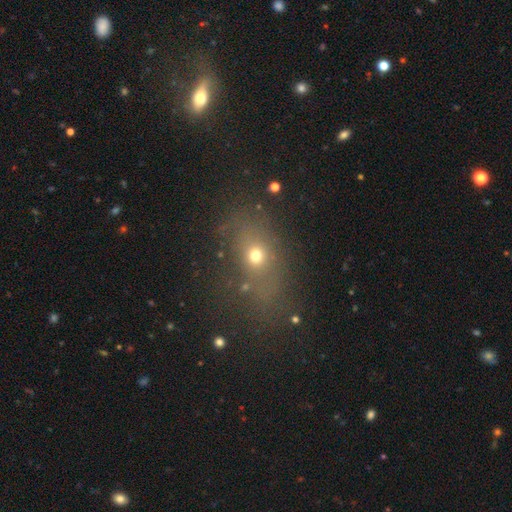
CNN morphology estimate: A smooth galaxy with no disk features (62%) that is in between round and cigar-shaped (60%). Merging: none (65%).